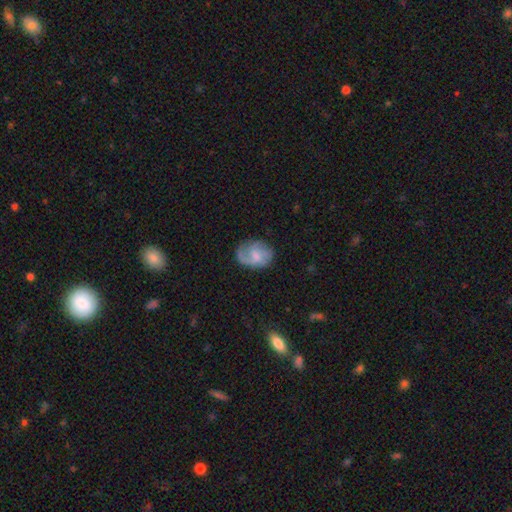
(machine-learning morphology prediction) The model was most divided on "smooth or featured": featured or disk: 49%, smooth: 43%, star or artifact: 7%. More confident: merging — none (61%).